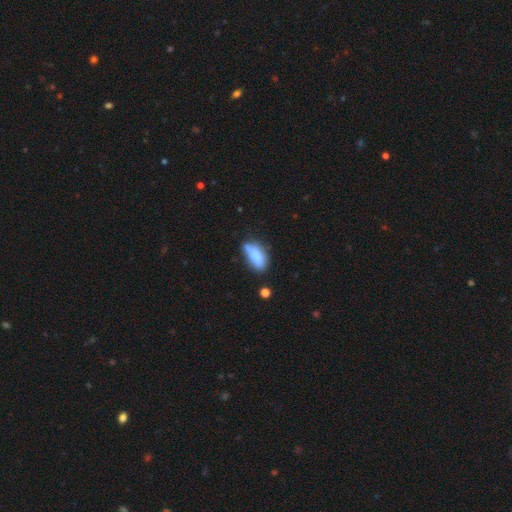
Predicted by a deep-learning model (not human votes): Smooth or featured: smooth — 80% (featured or disk — 12%)
How rounded: in between — 86% (cigar-shaped — 12%)
Merging: none — 45% (minor disturbance — 33%)